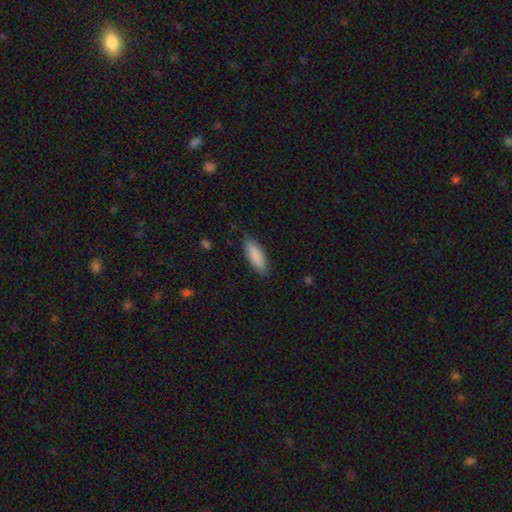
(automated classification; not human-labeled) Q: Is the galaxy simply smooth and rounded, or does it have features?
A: smooth — 88%.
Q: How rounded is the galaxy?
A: in between — 60%.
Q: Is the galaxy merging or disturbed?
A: none — 85%.